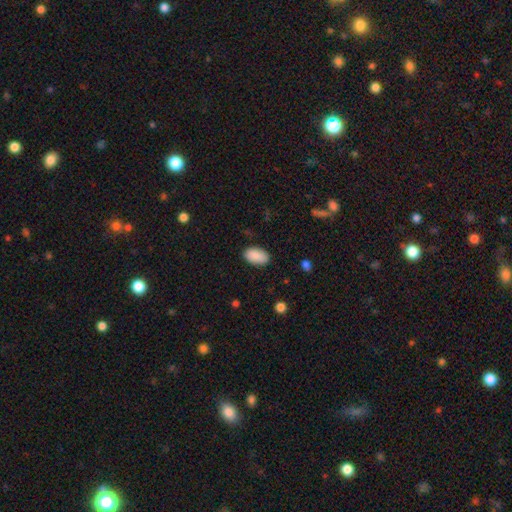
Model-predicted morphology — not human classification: smooth-or-featured: smooth: 90% | star or artifact: 7% | featured or disk: 3%
  how-rounded: in between: 94% | round: 4% | cigar-shaped: 2%
  merging: none: 86% | minor disturbance: 11% | major disturbance: 3% | merger: 1%